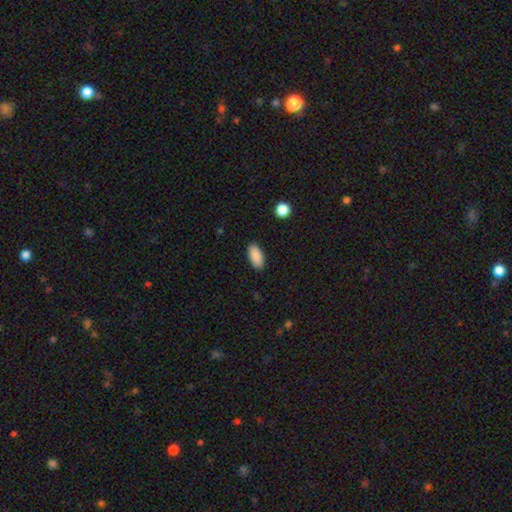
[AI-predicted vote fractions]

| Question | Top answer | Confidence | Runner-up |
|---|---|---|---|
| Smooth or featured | smooth | 90% | star or artifact (7%) |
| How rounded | in between | 91% | cigar-shaped (7%) |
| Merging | none | 89% | minor disturbance (8%) |